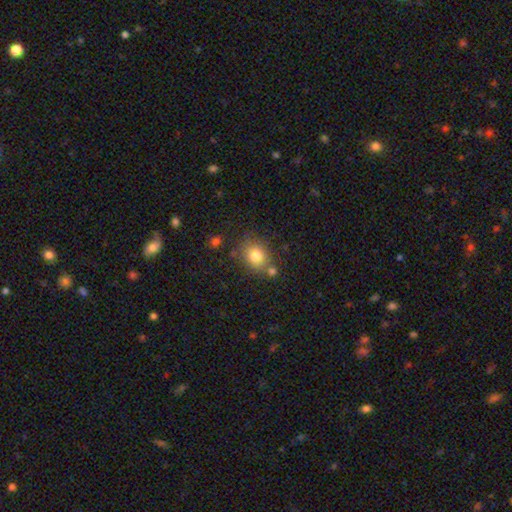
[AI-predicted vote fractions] A smooth galaxy with no disk features (80%) that is round (63%). Merging: none (71%).